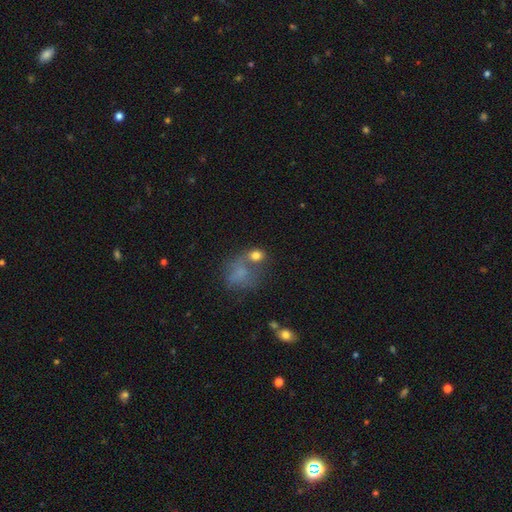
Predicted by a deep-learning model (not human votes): Overall: smooth (72%). How rounded: round (55%; in between 44%). Merging: none (35%; merger 34%).